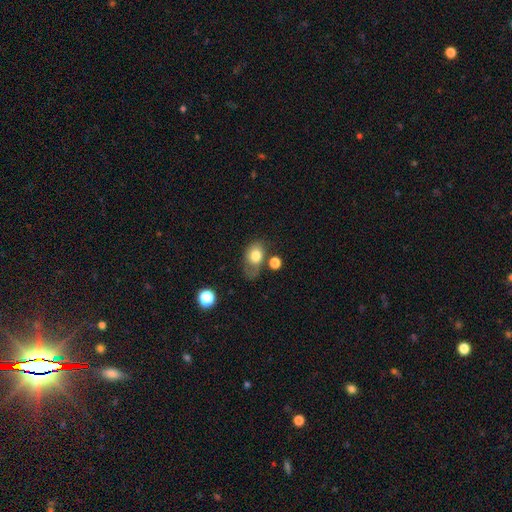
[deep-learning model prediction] Smooth or featured?
  - smooth: 75% *
  - featured or disk: 17%
  - star or artifact: 9%
How rounded?
  - in between: 68% *
  - round: 31%
  - cigar-shaped: 1%
Merging?
  - none: 42% *
  - minor disturbance: 27%
  - major disturbance: 20%
  - merger: 11%